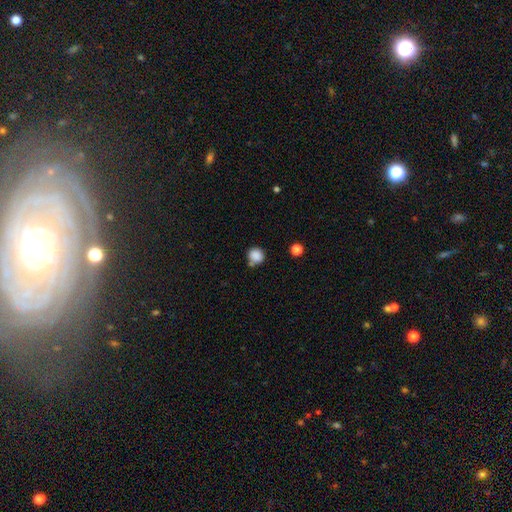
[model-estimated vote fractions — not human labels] Overall: smooth (86%). How rounded: round (86%). Merging: none (67%).